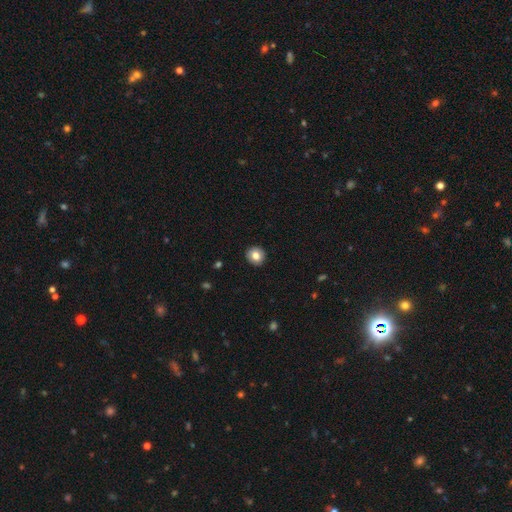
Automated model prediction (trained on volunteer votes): Smooth or featured? Predicted: smooth (p=0.81). How rounded? Predicted: round (p=0.91). Merging? Predicted: none (p=0.92).